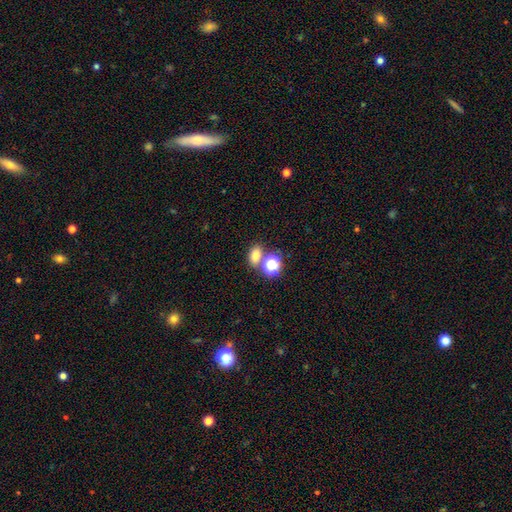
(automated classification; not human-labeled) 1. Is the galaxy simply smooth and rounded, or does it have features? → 75% smooth, 18% star or artifact, 8% featured or disk.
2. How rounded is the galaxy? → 64% in between, 35% round, 2% cigar-shaped.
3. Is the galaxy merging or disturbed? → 60% none, 27% merger, 9% minor disturbance, 4% major disturbance.